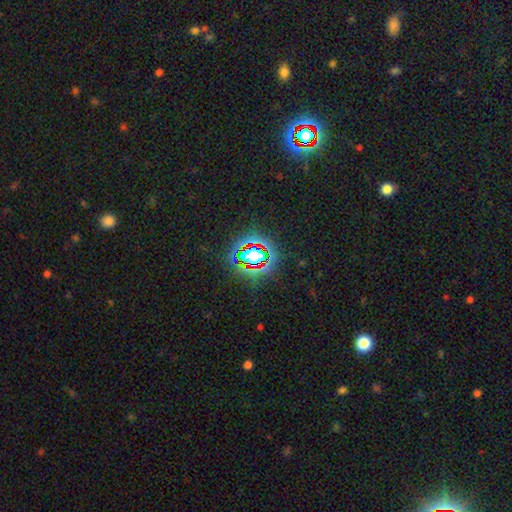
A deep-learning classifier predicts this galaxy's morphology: Smooth or featured: star or artifact — 71% (smooth — 18%)